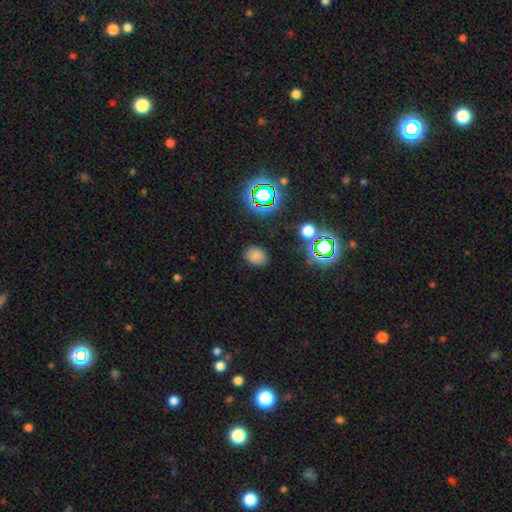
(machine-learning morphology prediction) smooth 74%, star or artifact 19%, featured or disk 7%. Down the decision tree: how rounded — in between (58%); merging — none (83%).